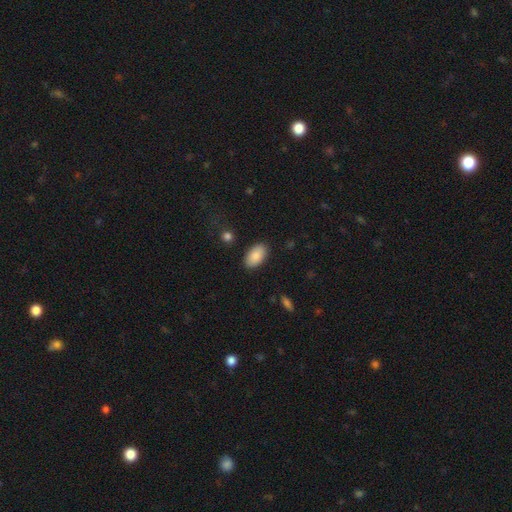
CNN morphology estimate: Smooth or featured: smooth — 88% (star or artifact — 6%)
How rounded: in between — 95% (round — 4%)
Merging: none — 87% (minor disturbance — 9%)